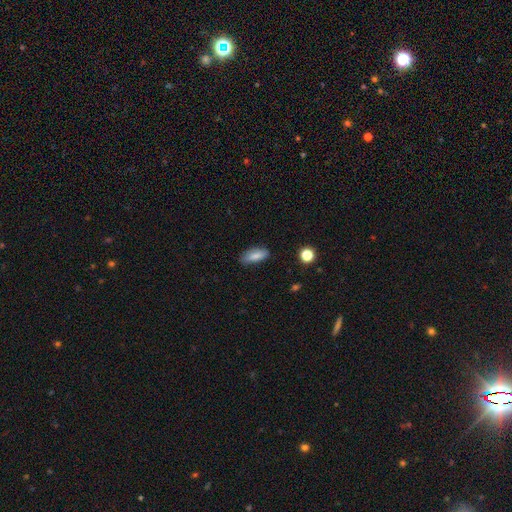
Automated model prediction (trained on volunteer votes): Q: Smooth or featured?
A: smooth (82%); runner-up: featured or disk (10%)
Q: How rounded?
A: in between (78%); runner-up: cigar-shaped (20%)
Q: Merging?
A: none (78%); runner-up: minor disturbance (18%)